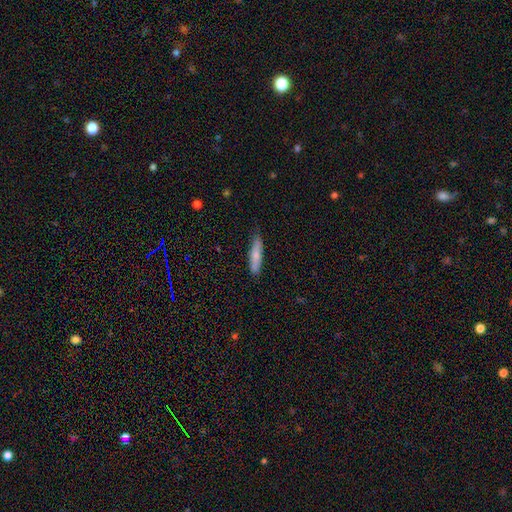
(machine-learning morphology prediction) type=smooth (74%); roundness=cigar-shaped (81%); merging=none (80%).